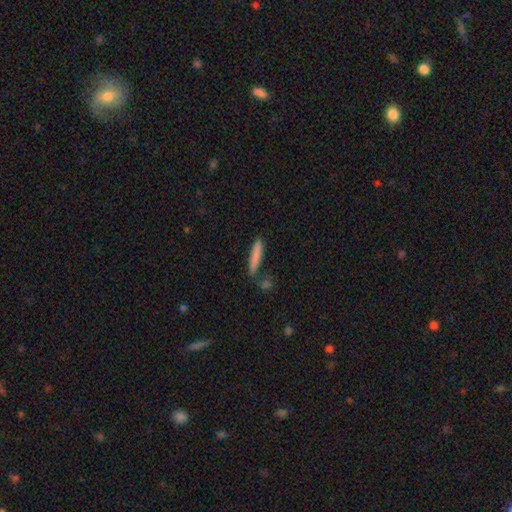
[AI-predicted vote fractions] Overall: smooth (82%). How rounded: cigar-shaped (90%). Merging: none (80%).